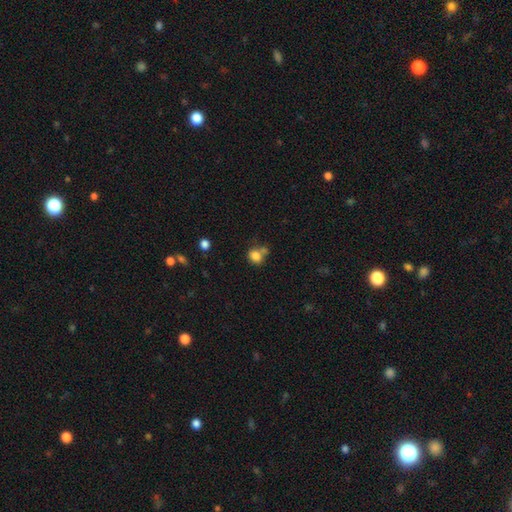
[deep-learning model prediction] Smooth or featured? Predicted: smooth (p=0.82). How rounded? Predicted: round (p=0.67). Merging? Predicted: none (p=0.51).